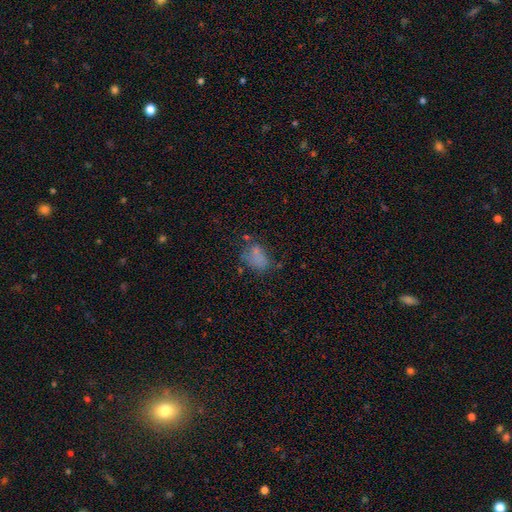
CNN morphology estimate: Smooth or featured? smooth (68%)
How rounded? in between (77%)
Merging? none (55%)